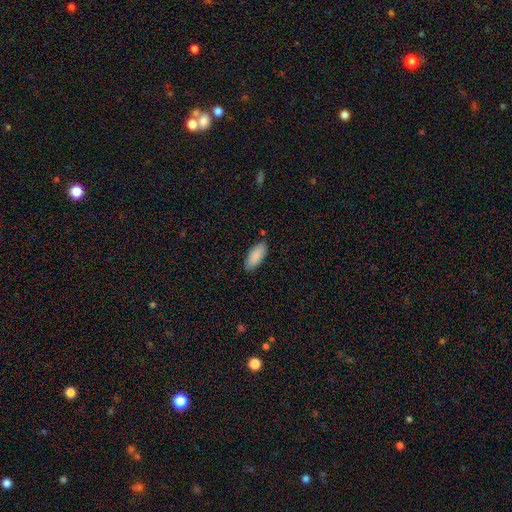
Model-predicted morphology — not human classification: A smooth galaxy with no disk features (89%) that is in between round and cigar-shaped (86%).

Vote fractions:
- Smooth or featured? smooth: 89% / star or artifact: 6% / featured or disk: 5%
- How rounded? in between: 86% / cigar-shaped: 12% / round: 2%
- Merging? none: 84% / minor disturbance: 12% / major disturbance: 2% / merger: 2%